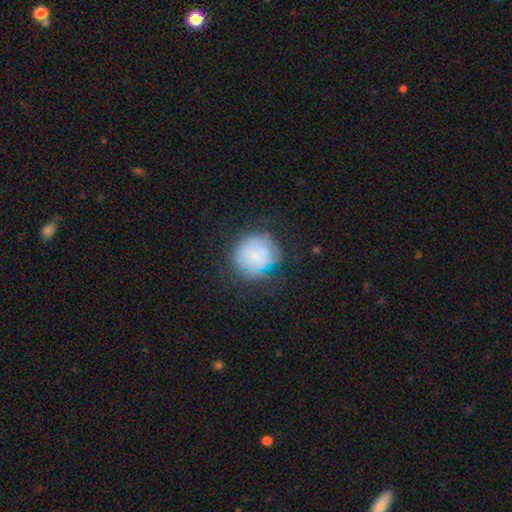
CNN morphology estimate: Smooth or featured? Predicted: smooth (p=0.69). How rounded? Predicted: round (p=0.91). Merging? Predicted: none (p=0.61).